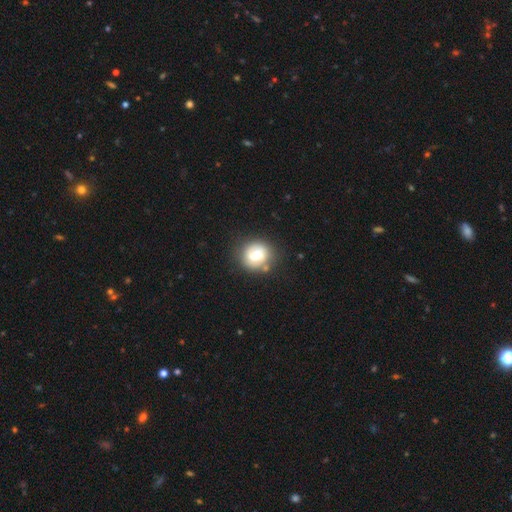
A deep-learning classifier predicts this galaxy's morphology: smooth-or-featured: smooth: 54% | featured or disk: 37% | star or artifact: 9%
  how-rounded: round: 78% | in between: 21% | cigar-shaped: 1%
  merging: none: 72% | minor disturbance: 16% | merger: 7% | major disturbance: 6%